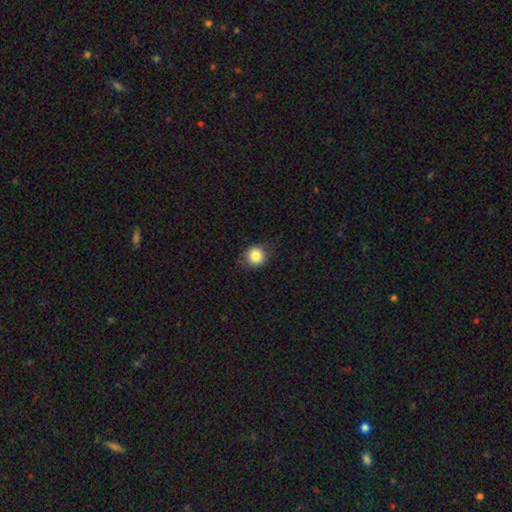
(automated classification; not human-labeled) A smooth galaxy with no disk features (84%) that is round (87%). Merging: none (81%).